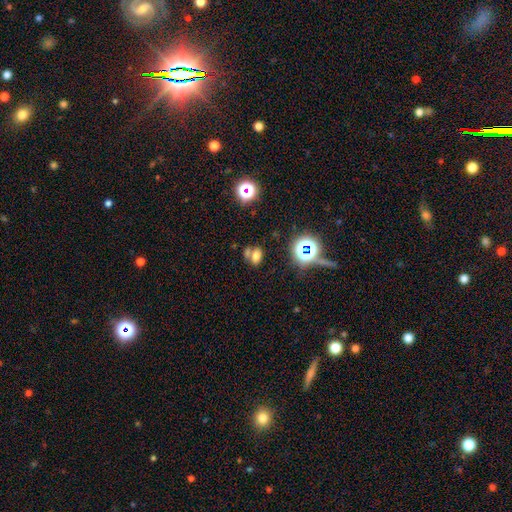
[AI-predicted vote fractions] Smooth or featured? smooth (64%)
How rounded? in between (73%)
Merging? none (46%)